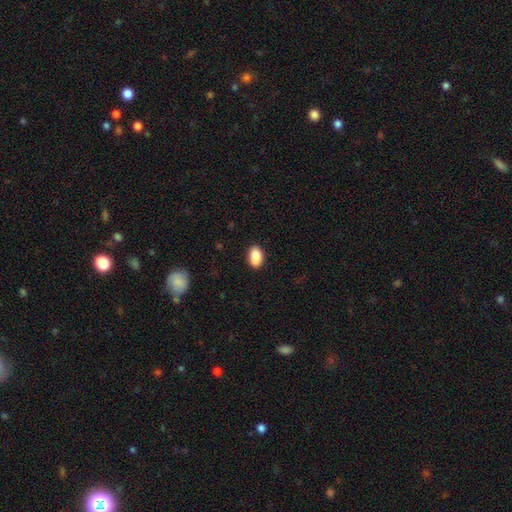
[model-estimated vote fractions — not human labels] smooth-or-featured: smooth: 87% | star or artifact: 7% | featured or disk: 5%
  how-rounded: in between: 89% | round: 9% | cigar-shaped: 1%
  merging: none: 85% | minor disturbance: 12% | major disturbance: 2% | merger: 1%